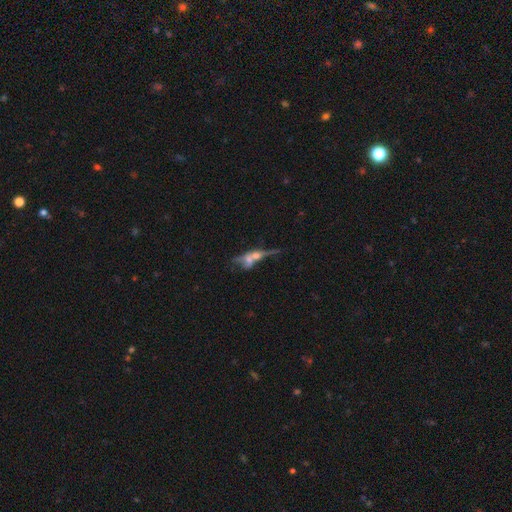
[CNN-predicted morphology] Smooth or featured? featured or disk (57%)
Edge-on disk? yes (67%)
Merging? merger (48%)